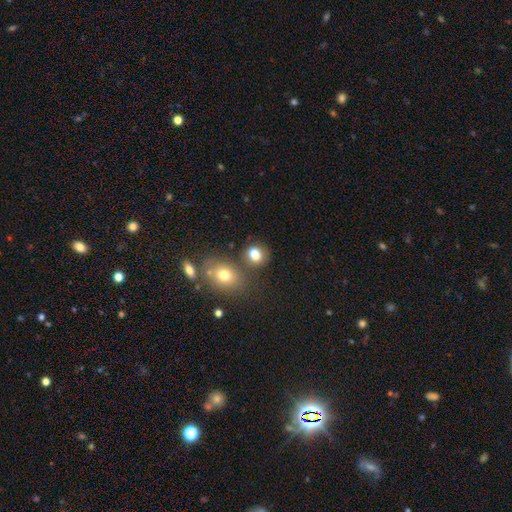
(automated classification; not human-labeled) Smooth or featured?
  - smooth: 78% *
  - star or artifact: 13%
  - featured or disk: 9%
How rounded?
  - round: 58% *
  - in between: 41%
  - cigar-shaped: 1%
Merging?
  - none: 65% *
  - merger: 17%
  - minor disturbance: 13%
  - major disturbance: 5%